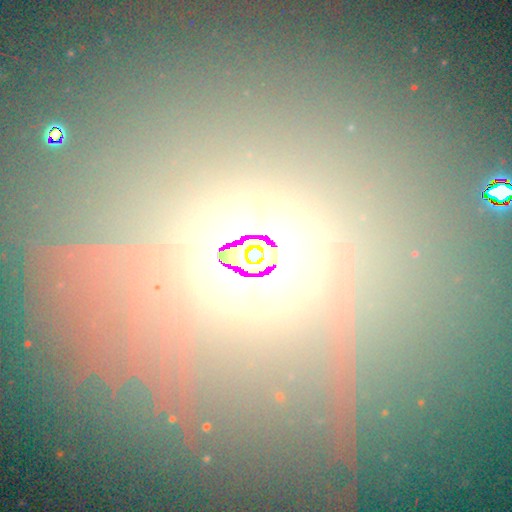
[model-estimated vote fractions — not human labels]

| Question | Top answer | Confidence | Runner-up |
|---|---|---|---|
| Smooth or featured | star or artifact | 53% | smooth (35%) |